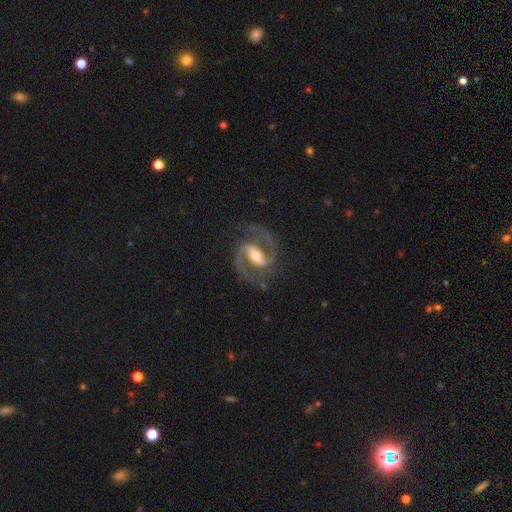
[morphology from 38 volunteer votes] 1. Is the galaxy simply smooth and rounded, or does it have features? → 97% featured or disk, 3% smooth, 0% star or artifact.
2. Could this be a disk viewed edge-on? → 100% no, 0% yes.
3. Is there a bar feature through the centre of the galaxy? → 62% strong, 35% weak, 3% no.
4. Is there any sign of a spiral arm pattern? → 100% yes, 0% no.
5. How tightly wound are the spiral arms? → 81% medium, 16% loose, 3% tight.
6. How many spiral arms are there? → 100% 2, 0% 1, 0% 3, 0% 4, 0% more than 4, 0% can't tell.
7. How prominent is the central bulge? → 81% moderate, 11% small, 8% large, 0% dominant, 0% none.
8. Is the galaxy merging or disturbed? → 82% none, 11% minor disturbance, 5% major disturbance, 3% merger.